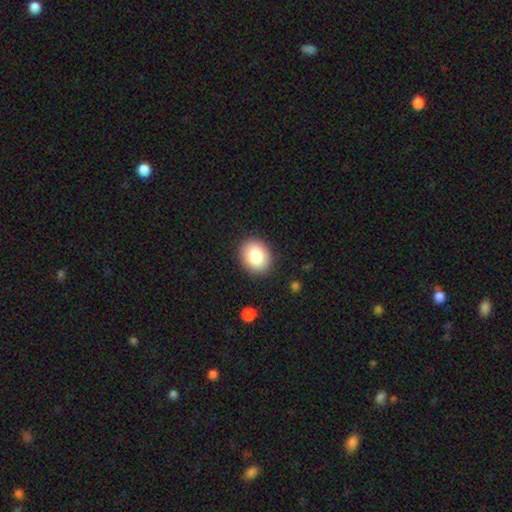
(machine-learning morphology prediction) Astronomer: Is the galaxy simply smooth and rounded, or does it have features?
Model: smooth — 82%.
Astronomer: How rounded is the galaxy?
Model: round — 51% (runner-up: in between, 49%).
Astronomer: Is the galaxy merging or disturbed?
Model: none — 89%.